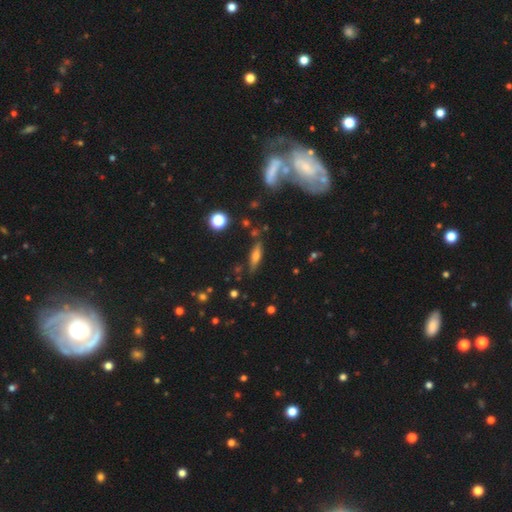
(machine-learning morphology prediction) smooth_or_featured: smooth (p=0.49) [alt: featured or disk p=0.40]
merging: none (p=0.80) [alt: minor disturbance p=0.13]